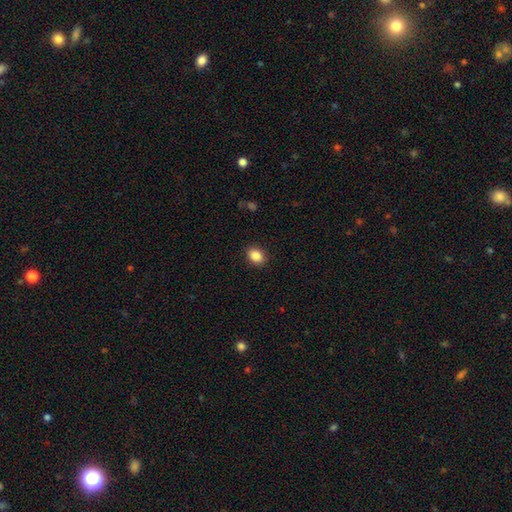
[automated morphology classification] Overall: smooth (87%). How rounded: in between (60%; round 39%). Merging: none (89%).